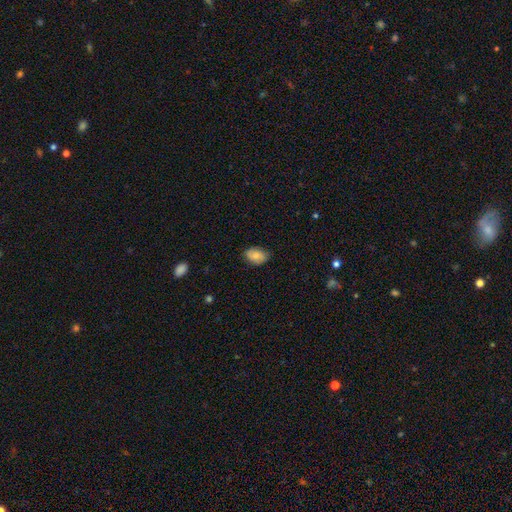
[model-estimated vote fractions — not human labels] Smooth or featured?
  - smooth: 77% *
  - featured or disk: 16%
  - star or artifact: 7%
How rounded?
  - in between: 82% *
  - round: 17%
  - cigar-shaped: 1%
Merging?
  - none: 74% *
  - minor disturbance: 22%
  - major disturbance: 4%
  - merger: 1%